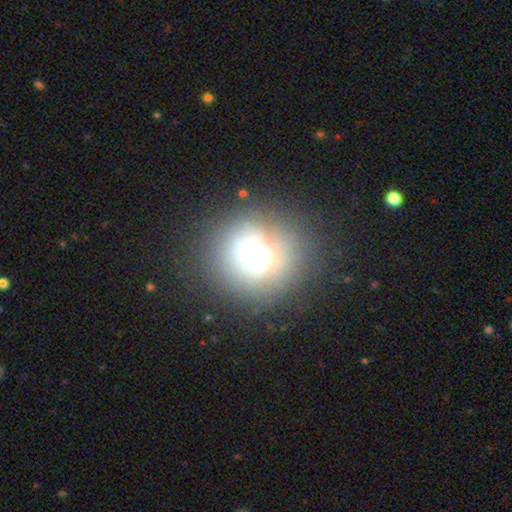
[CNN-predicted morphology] Smooth or featured? Predicted: smooth (p=0.58). How rounded? Predicted: round (p=0.86). Merging? Predicted: none (p=0.72).